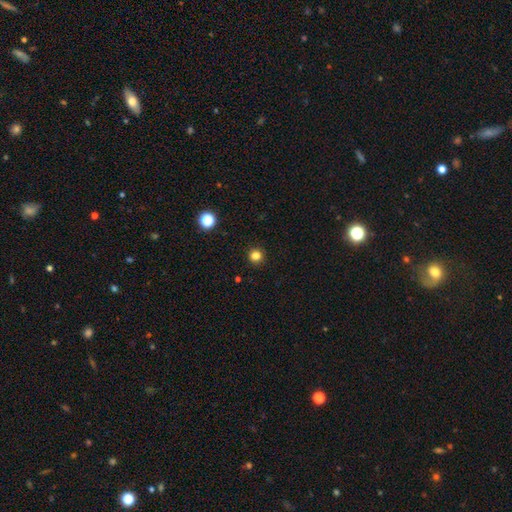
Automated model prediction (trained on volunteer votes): Smooth or featured? smooth (82%)
How rounded? round (94%)
Merging? none (92%)